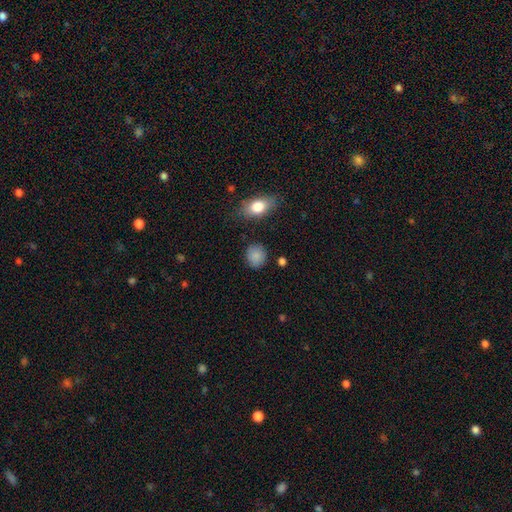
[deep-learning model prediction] Q: Smooth or featured?
A: smooth (87%); runner-up: star or artifact (8%)
Q: How rounded?
A: round (80%); runner-up: in between (19%)
Q: Merging?
A: none (84%); runner-up: minor disturbance (11%)